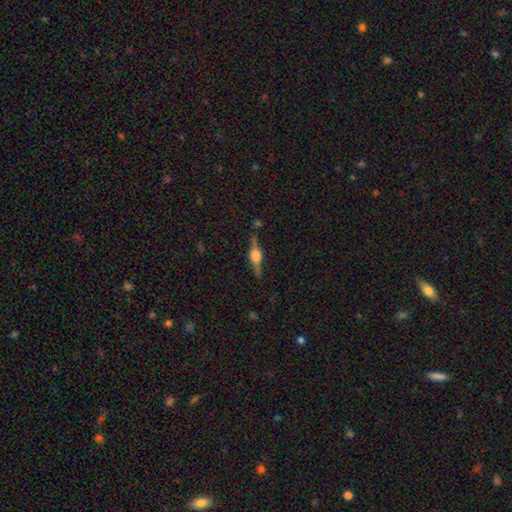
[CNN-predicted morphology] A featured or disk galaxy (77%) viewed edge-on (97%) with a rounded central bulge (89%).

Vote fractions:
- Smooth or featured? featured or disk: 77% / smooth: 16% / star or artifact: 7%
- Edge-on disk? yes: 97% / no: 3%
- Edge-on bulge? rounded: 89% / boxy: 9% / none: 1%
- Merging? none: 84% / minor disturbance: 11% / major disturbance: 3% / merger: 2%